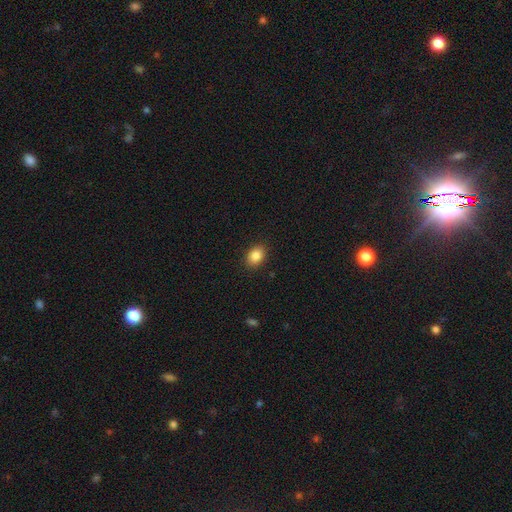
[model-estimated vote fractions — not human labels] A smooth galaxy with no disk features (86%) that is in between round and cigar-shaped (71%). Merging: none (89%).